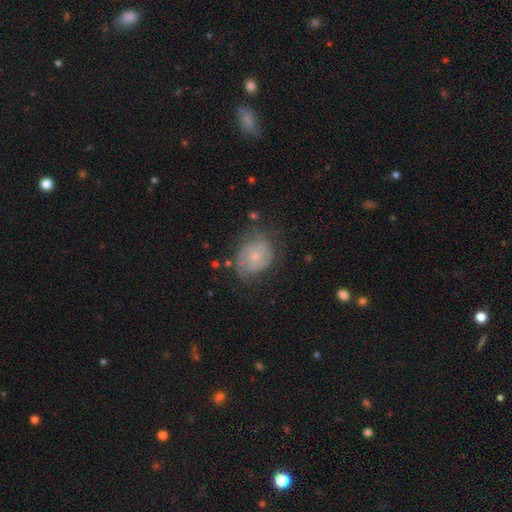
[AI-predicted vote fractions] Smooth or featured? featured or disk (69%)
Edge-on disk? no (97%)
Bar? no (69%)
Spiral arms? yes (87%)
Spiral winding? tight (55%)
Spiral arm count? 2 (52%)
Bulge size? small (58%)
Merging? none (64%)